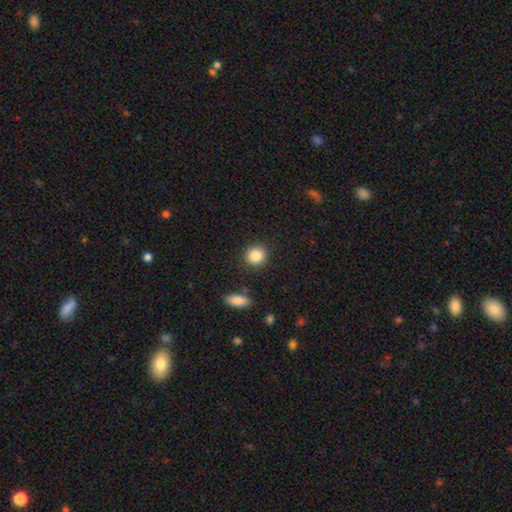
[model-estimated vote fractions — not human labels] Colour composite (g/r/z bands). It shows a smooth galaxy with no disk features (87%) that is round (83%). Merging: none (87%).